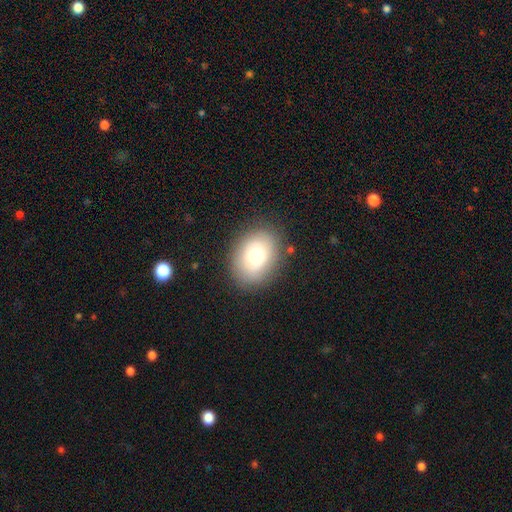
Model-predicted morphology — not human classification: A smooth galaxy with no disk features (75%) that is in between round and cigar-shaped (63%). Merging: none (84%).